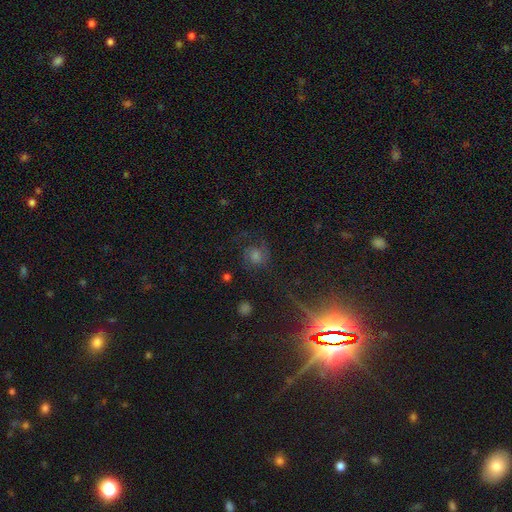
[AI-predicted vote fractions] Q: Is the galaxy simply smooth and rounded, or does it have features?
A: featured or disk — 45%.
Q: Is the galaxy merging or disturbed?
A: none — 69%.